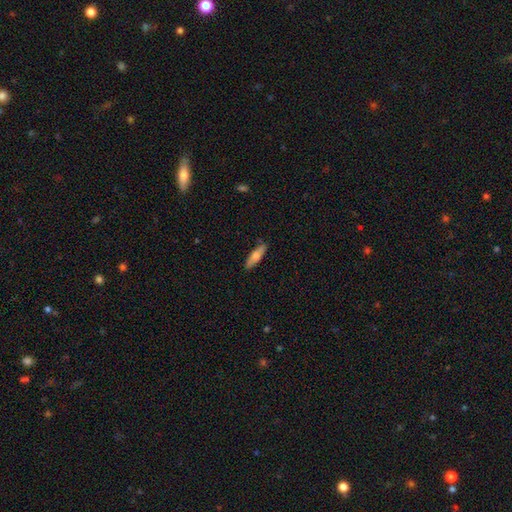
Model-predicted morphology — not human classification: Smooth or featured? smooth (67%)
How rounded? cigar-shaped (60%)
Merging? none (86%)